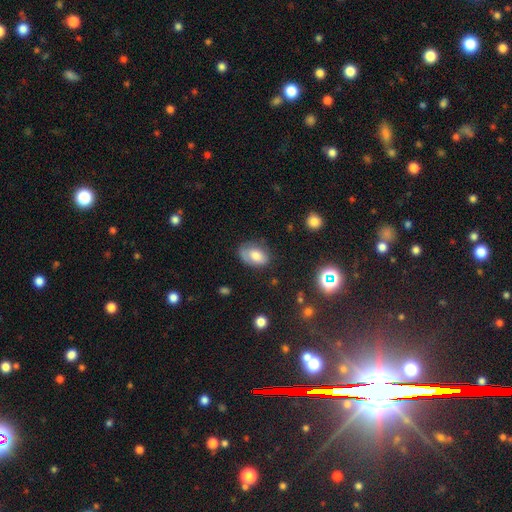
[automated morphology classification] A smooth galaxy with no disk features (67%) that is in between round and cigar-shaped (86%). Merging: none (57%).